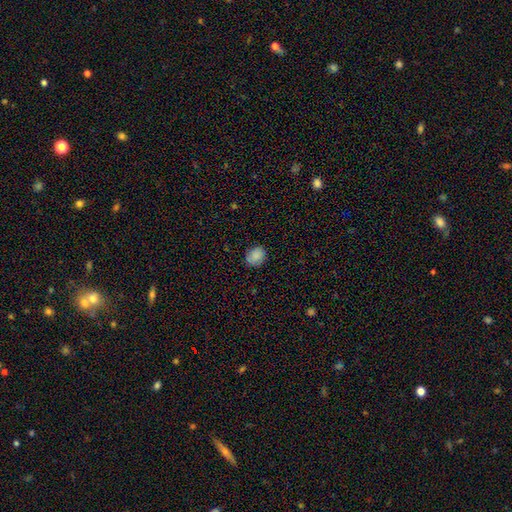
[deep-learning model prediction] Smooth or featured? Predicted: smooth (p=0.83). How rounded? Predicted: round (p=0.55). Merging? Predicted: none (p=0.80).